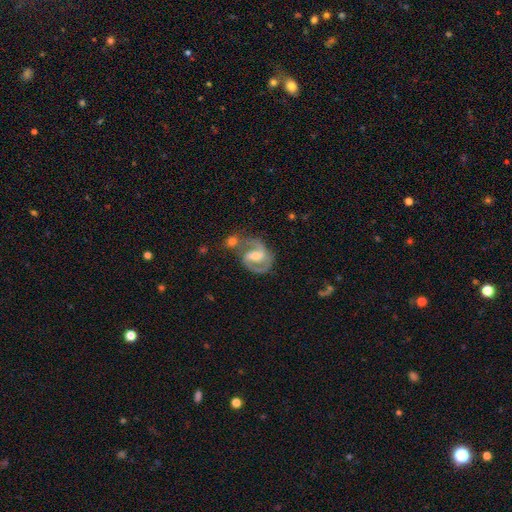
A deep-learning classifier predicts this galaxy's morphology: This is clearly a featured or disk galaxy (88%). It is clearly not viewed edge-on (98%). Bar: possibly weak (48%). Spiral arm pattern: clearly yes (97%). Spiral arm count: clearly 2 (89%). Spiral winding: possibly medium (59%). Central bulge: possibly moderate (53%). Merging: possibly none (52%).